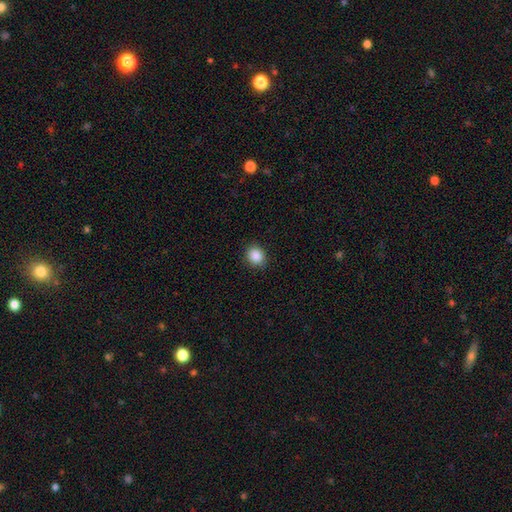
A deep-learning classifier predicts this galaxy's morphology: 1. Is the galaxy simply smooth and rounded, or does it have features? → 88% smooth, 9% star or artifact, 3% featured or disk.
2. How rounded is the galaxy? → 73% round, 27% in between, 1% cigar-shaped.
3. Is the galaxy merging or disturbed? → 89% none, 8% minor disturbance, 2% major disturbance, 1% merger.